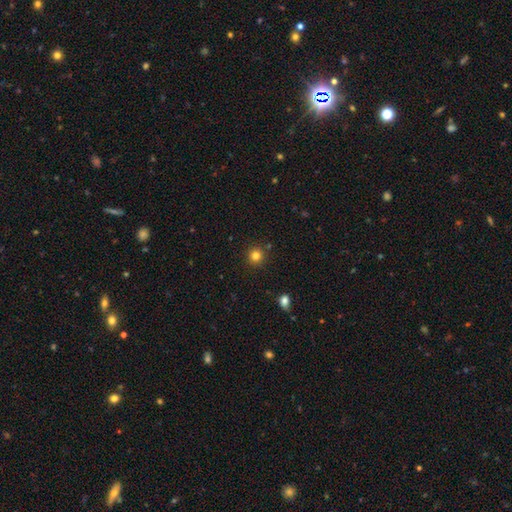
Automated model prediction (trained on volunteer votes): Smooth or featured?
  - smooth: 81% *
  - star or artifact: 13%
  - featured or disk: 5%
How rounded?
  - round: 93% *
  - in between: 6%
  - cigar-shaped: 1%
Merging?
  - none: 89% *
  - minor disturbance: 6%
  - merger: 3%
  - major disturbance: 2%